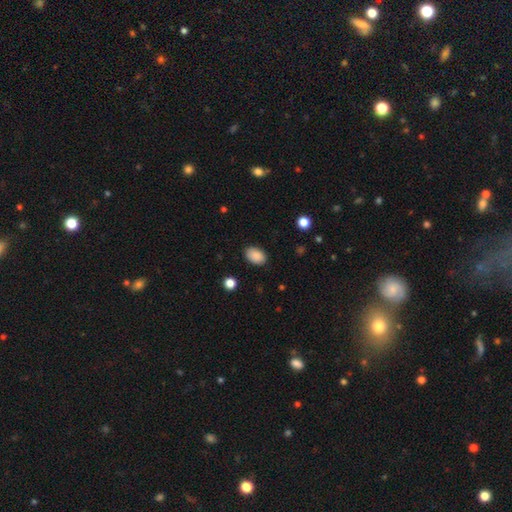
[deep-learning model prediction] Smooth or featured? Predicted: smooth (p=0.89). How rounded? Predicted: in between (p=0.87). Merging? Predicted: none (p=0.87).